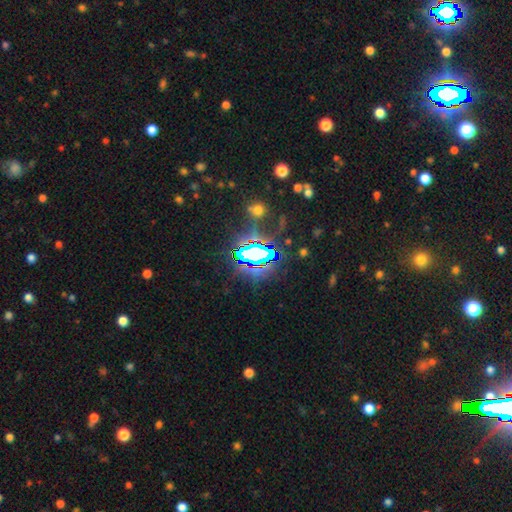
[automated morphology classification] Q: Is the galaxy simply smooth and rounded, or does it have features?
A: star or artifact — 70%.